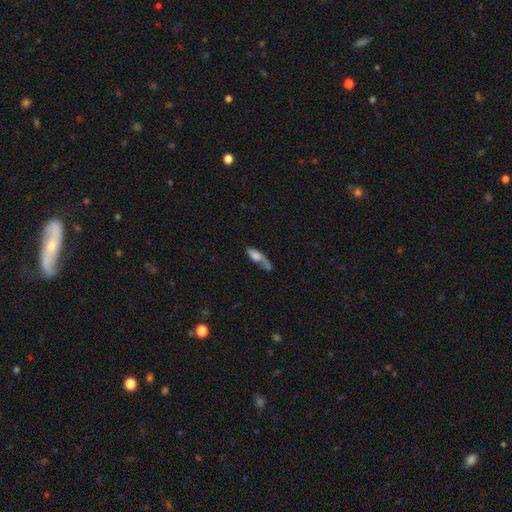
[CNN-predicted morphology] A smooth galaxy with no disk features (63%) that is in between round and cigar-shaped (58%). Merging: none (32%).